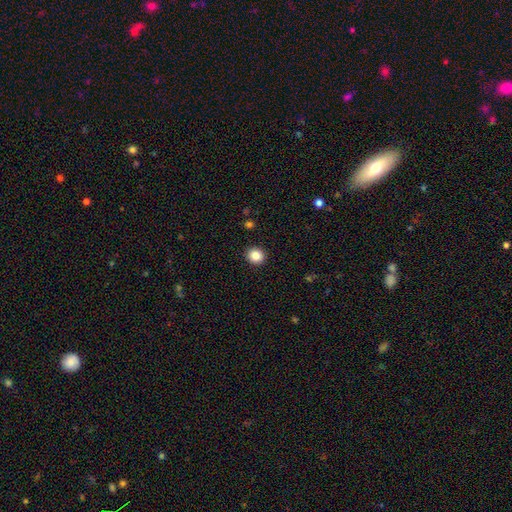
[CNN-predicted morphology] smooth_or_featured: smooth (p=0.85) [alt: star or artifact p=0.10]
how_rounded: round (p=0.83) [alt: in between p=0.16]
merging: none (p=0.92) [alt: minor disturbance p=0.05]